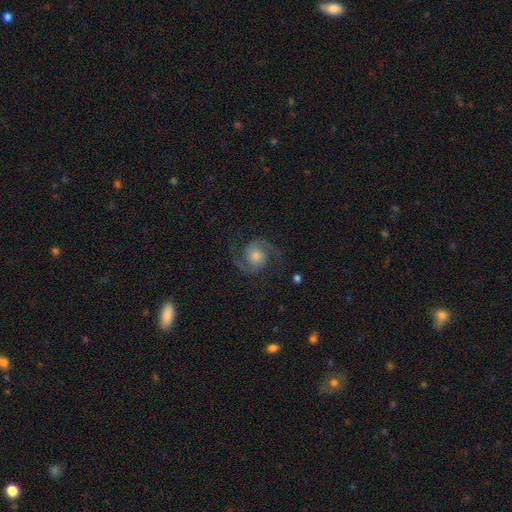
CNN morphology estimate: A featured or disk galaxy (90%) with no bar (69%), 2 (94%) medium (61%) spiral arms (98%) and a moderate central bulge (53%). Merging: none (83%).